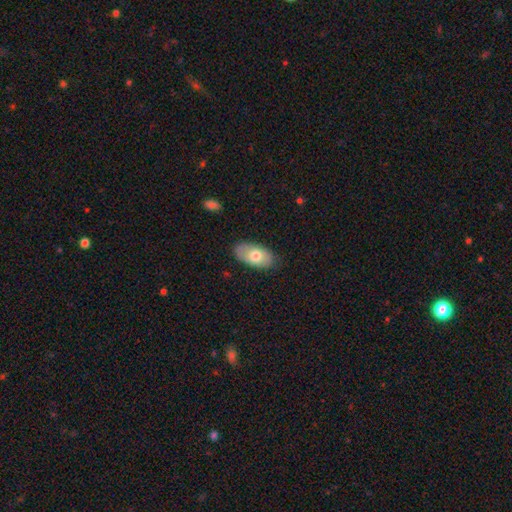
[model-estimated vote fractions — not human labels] A smooth galaxy with no disk features (71%) that is in between round and cigar-shaped (94%). Merging: none (81%).